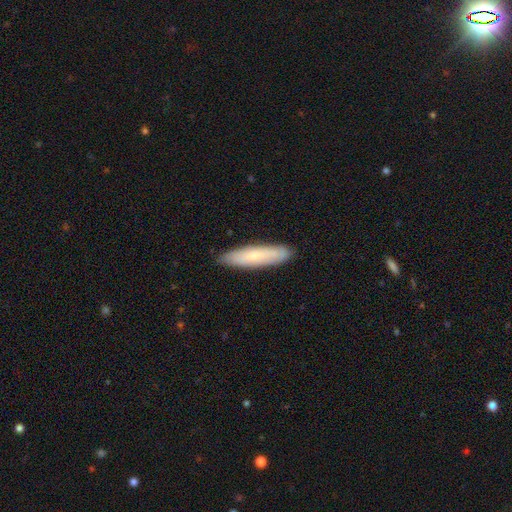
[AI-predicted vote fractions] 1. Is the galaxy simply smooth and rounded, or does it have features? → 68% smooth, 26% featured or disk, 6% star or artifact.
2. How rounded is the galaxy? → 78% cigar-shaped, 21% in between, 1% round.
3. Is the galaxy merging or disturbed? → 87% none, 10% minor disturbance, 2% major disturbance, 1% merger.